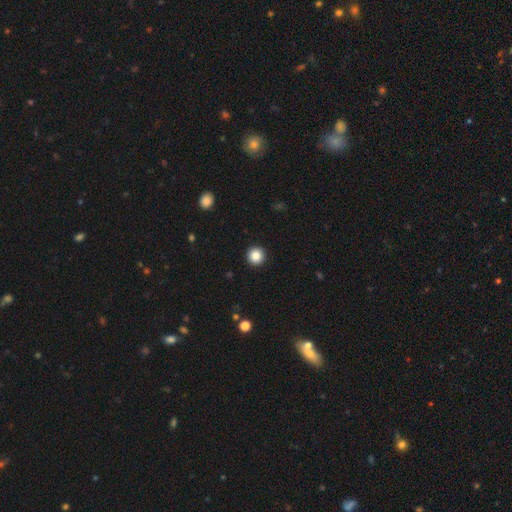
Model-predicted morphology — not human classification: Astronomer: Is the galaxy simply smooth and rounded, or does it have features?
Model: smooth — 85%.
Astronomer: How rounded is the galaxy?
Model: round — 96%.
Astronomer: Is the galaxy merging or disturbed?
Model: none — 94%.